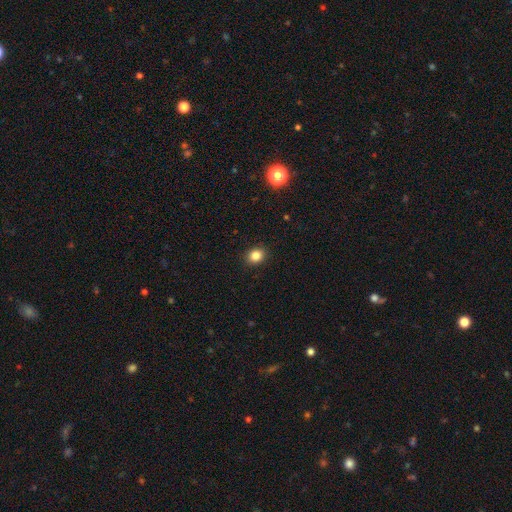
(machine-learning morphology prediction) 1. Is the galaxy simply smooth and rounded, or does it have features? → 85% smooth, 11% star or artifact, 4% featured or disk.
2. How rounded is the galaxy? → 63% round, 36% in between, 1% cigar-shaped.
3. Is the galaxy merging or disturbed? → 91% none, 6% minor disturbance, 2% major disturbance, 1% merger.